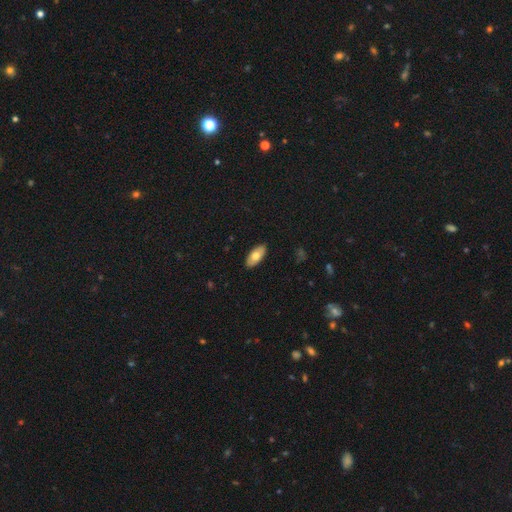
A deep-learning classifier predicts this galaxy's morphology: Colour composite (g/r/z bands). It shows a smooth galaxy with no disk features (71%) that is in between round and cigar-shaped (91%). Merging: none (89%).